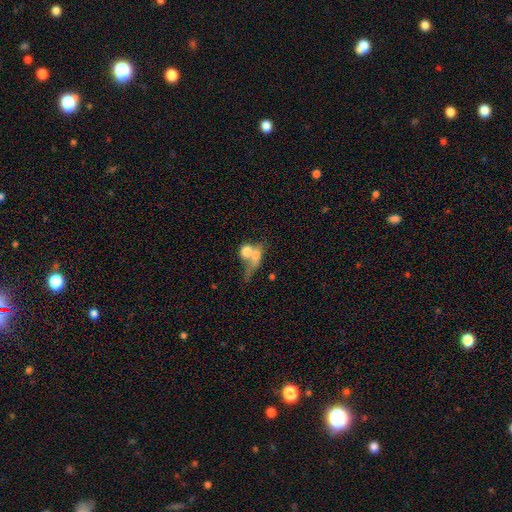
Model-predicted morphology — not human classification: Smooth or featured? smooth (64%)
How rounded? in between (47%)
Merging? merger (61%)